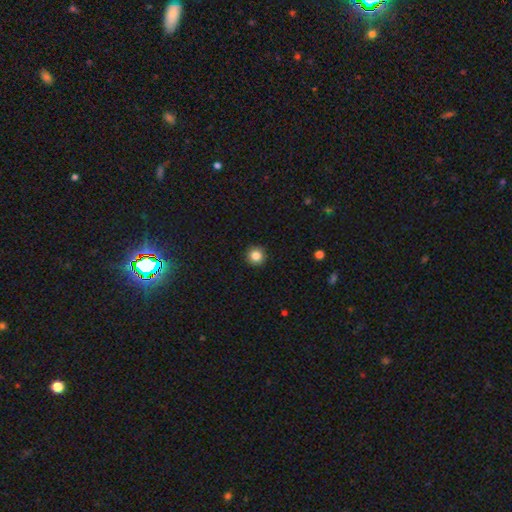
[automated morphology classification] A smooth galaxy with no disk features (85%) that is round (95%).

Vote fractions:
- Smooth or featured? smooth: 85% / star or artifact: 11% / featured or disk: 5%
- How rounded? round: 95% / in between: 4% / cigar-shaped: 1%
- Merging? none: 93% / minor disturbance: 5% / major disturbance: 2% / merger: 1%